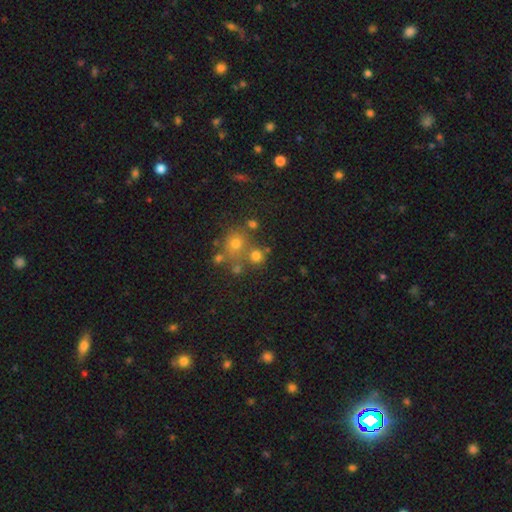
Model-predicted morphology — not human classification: smooth_or_featured: smooth (p=0.66) [alt: star or artifact p=0.23]
how_rounded: round (p=0.87) [alt: in between p=0.12]
merging: none (p=0.61) [alt: merger p=0.27]